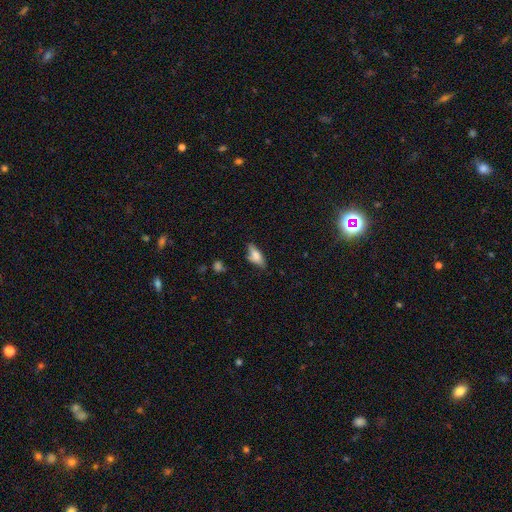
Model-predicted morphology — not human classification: Smooth or featured?
  - smooth: 71% *
  - featured or disk: 21%
  - star or artifact: 8%
How rounded?
  - in between: 73% *
  - cigar-shaped: 24%
  - round: 3%
Merging?
  - none: 58% *
  - minor disturbance: 29%
  - major disturbance: 9%
  - merger: 4%